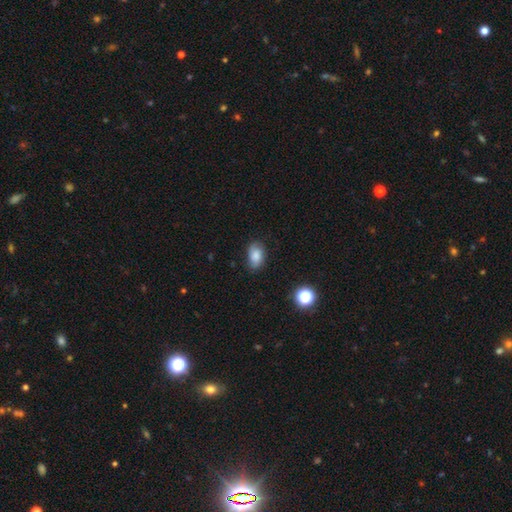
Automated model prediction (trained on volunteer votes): smooth 71%, featured or disk 18%, star or artifact 10%. Down the decision tree: how rounded — in between (86%); merging — none (72%).